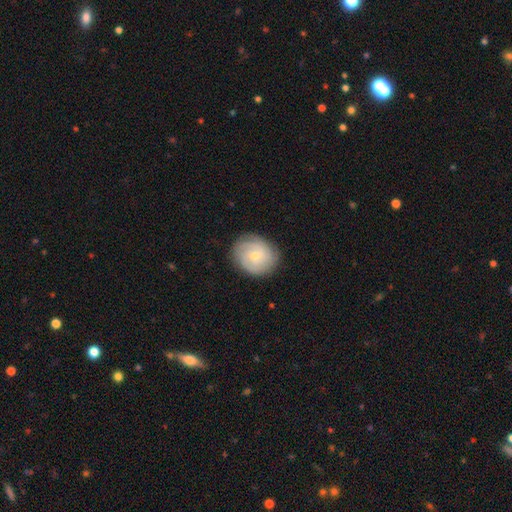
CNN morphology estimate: This appears to be a featured or disk galaxy (67%) with no bar (68%), tight (69%) spiral arms (93%) and a small central bulge (66%). Merging: none (84%).